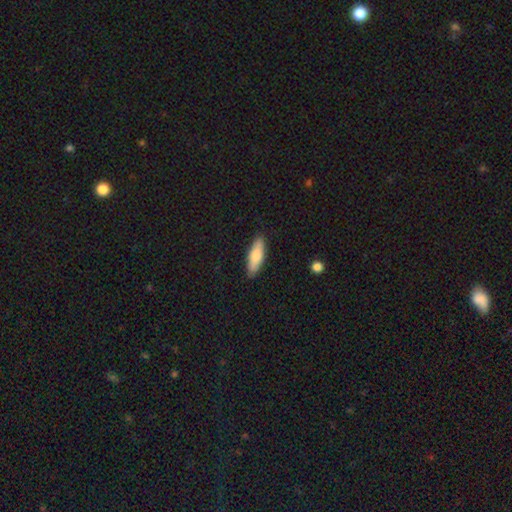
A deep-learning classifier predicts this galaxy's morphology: smooth 76%, featured or disk 18%, star or artifact 6%. Down the decision tree: how rounded — in between (51%); merging — none (89%).